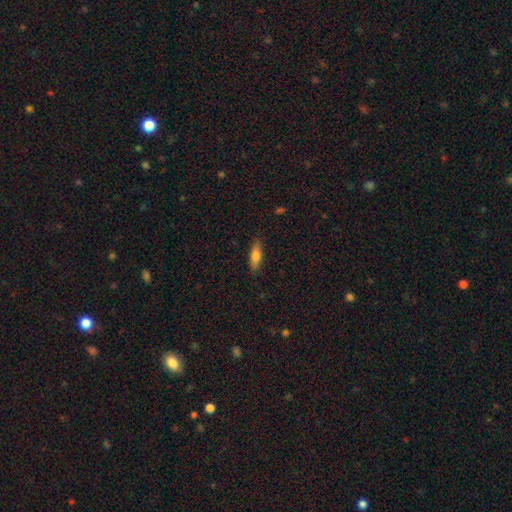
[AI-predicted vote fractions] A smooth galaxy with no disk features (72%) that is in between round and cigar-shaped (52%). Merging: none (85%).